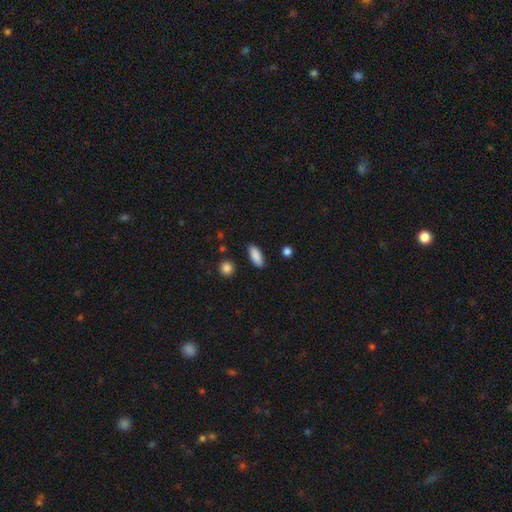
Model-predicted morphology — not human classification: Smooth or featured? smooth (88%)
How rounded? in between (79%)
Merging? none (86%)